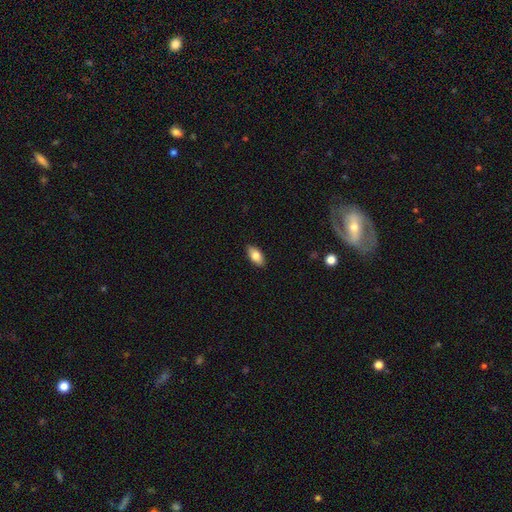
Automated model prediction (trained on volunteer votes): A smooth galaxy with no disk features (81%) that is in between round and cigar-shaped (90%). Merging: none (89%).